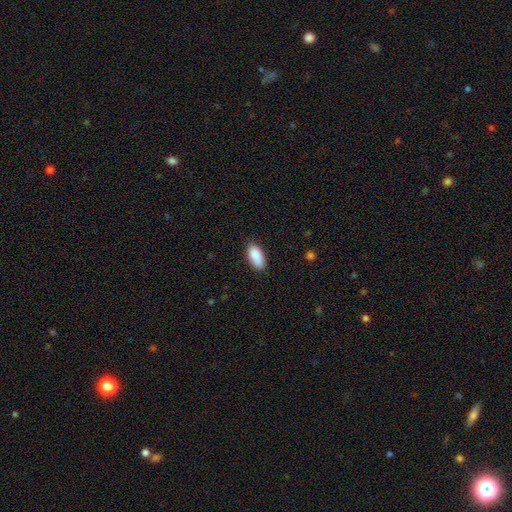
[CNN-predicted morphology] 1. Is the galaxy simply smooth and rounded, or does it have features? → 89% smooth, 7% star or artifact, 4% featured or disk.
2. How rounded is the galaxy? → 90% in between, 8% cigar-shaped, 2% round.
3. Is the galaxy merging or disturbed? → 83% none, 14% minor disturbance, 2% major disturbance, 1% merger.